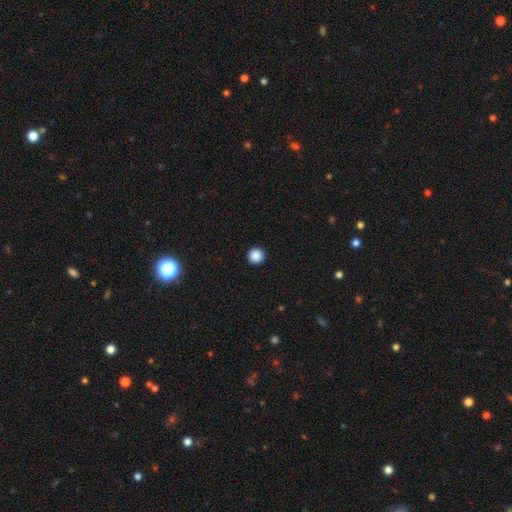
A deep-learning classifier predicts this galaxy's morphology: The model was most divided on "smooth or featured": smooth: 88%, star or artifact: 10%, featured or disk: 2%. More confident: how rounded — round (96%); merging — none (94%).